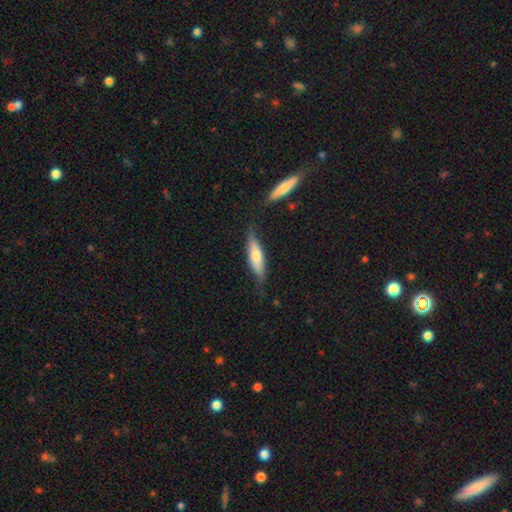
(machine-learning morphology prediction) Smooth or featured: smooth — 59% (featured or disk — 36%)
How rounded: cigar-shaped — 65% (in between — 33%)
Merging: none — 68% (minor disturbance — 23%)